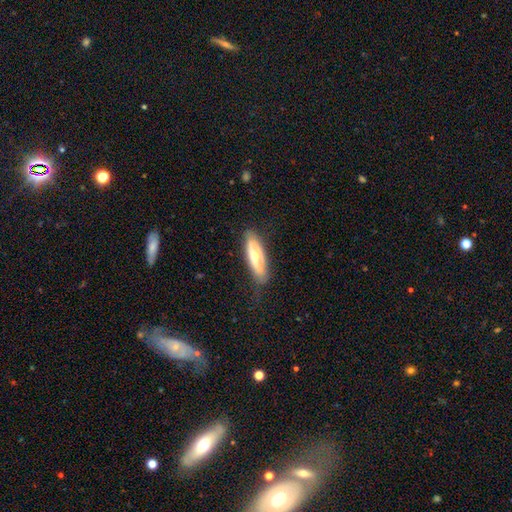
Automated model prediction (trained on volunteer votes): Smooth or featured? smooth (52%)
How rounded? in between (52%)
Merging? none (78%)